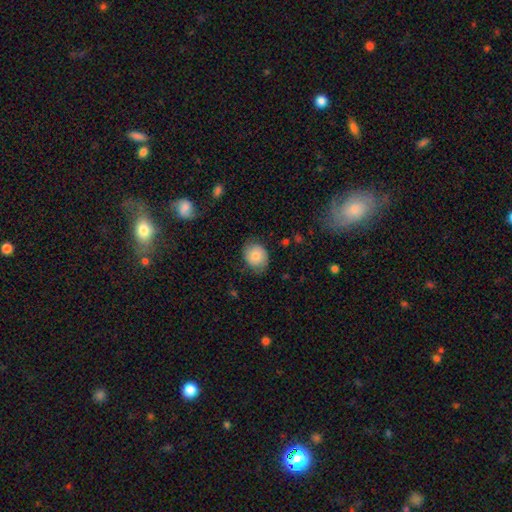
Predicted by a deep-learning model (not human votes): Morphology: type=smooth (71%); roundness=round (61%); merging=none (70%).